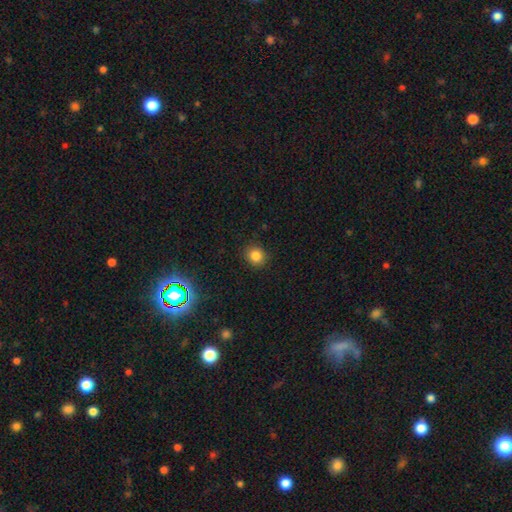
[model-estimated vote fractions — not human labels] Smooth or featured? smooth (83%)
How rounded? round (80%)
Merging? none (88%)